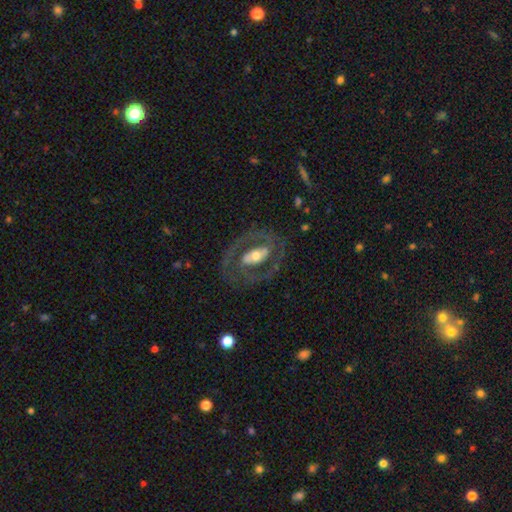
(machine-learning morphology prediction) featured or disk 82%, smooth 13%, star or artifact 5%. Down the decision tree: edge-on disk — no (95%); bar — strong (39%); spiral arms — yes (77%); spiral arm count — 2 (83%); spiral winding — medium (47%); bulge size — moderate (59%); merging — none (74%).